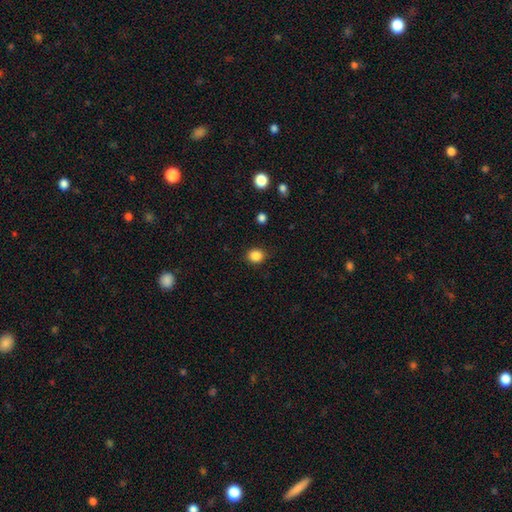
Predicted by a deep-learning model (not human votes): Overall: smooth (86%). How rounded: round (74%). Merging: none (89%).